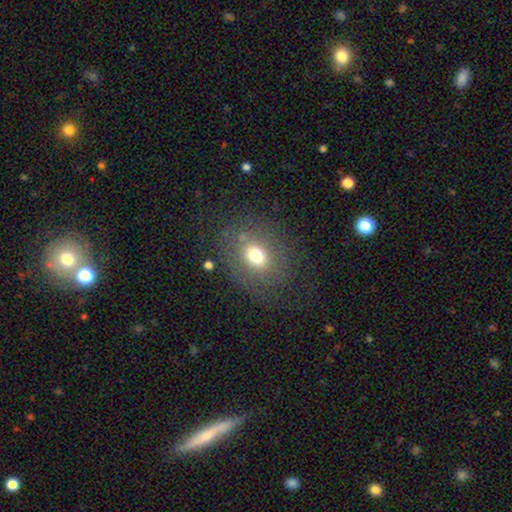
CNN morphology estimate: Smooth or featured?
  - smooth: 62% *
  - featured or disk: 22%
  - star or artifact: 16%
How rounded?
  - round: 59% *
  - in between: 40%
  - cigar-shaped: 1%
Merging?
  - none: 77% *
  - minor disturbance: 13%
  - major disturbance: 8%
  - merger: 2%